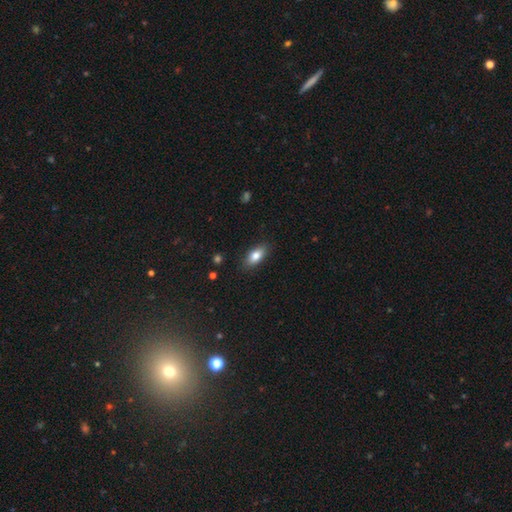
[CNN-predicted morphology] Smooth or featured? Predicted: smooth (p=0.82). How rounded? Predicted: in between (p=0.86). Merging? Predicted: none (p=0.86).